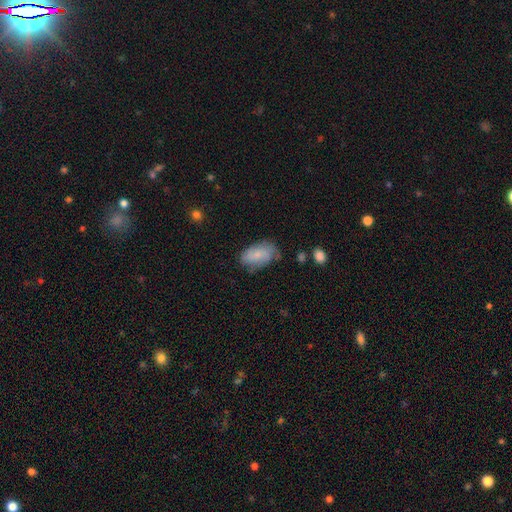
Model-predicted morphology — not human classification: This appears to be a smooth galaxy with no disk features (67%) that is in between round and cigar-shaped (92%). Merging: none (57%).